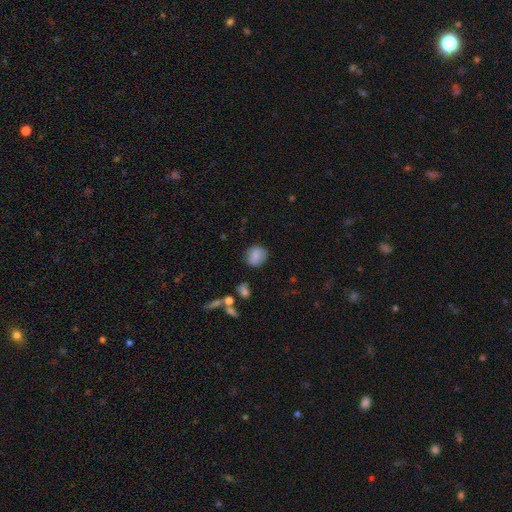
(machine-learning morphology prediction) A smooth galaxy with no disk features (79%) that is round (65%). Merging: none (80%).